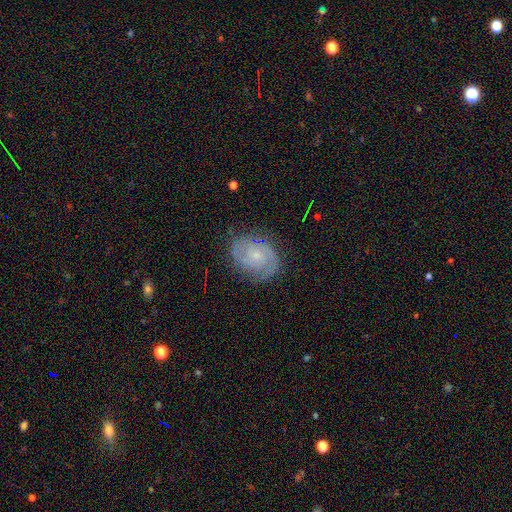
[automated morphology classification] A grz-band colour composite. It shows a featured or disk galaxy (81%) with no bar (72%), 2 (68%) tight (54%) spiral arms (96%) and a small central bulge (73%). Merging: none (77%).